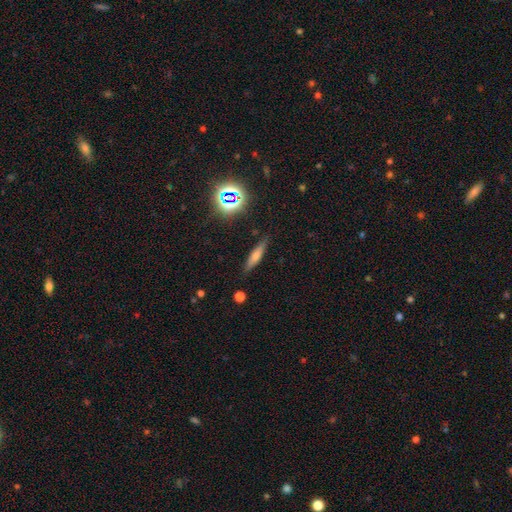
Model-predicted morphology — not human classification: Smooth or featured? Predicted: smooth (p=0.59). How rounded? Predicted: cigar-shaped (p=0.80). Merging? Predicted: none (p=0.85).